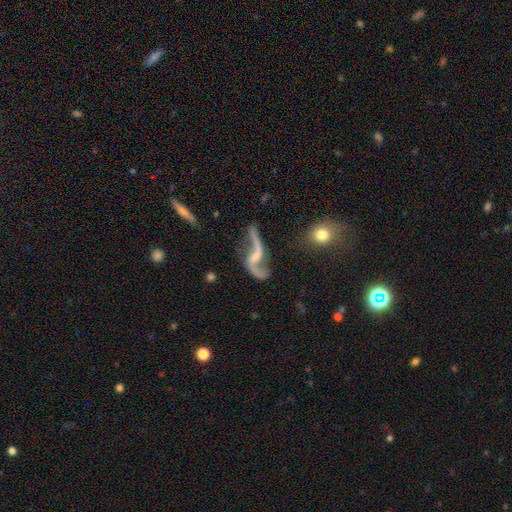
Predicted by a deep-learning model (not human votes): Smooth or featured? Predicted: featured or disk (p=0.89). Edge-on disk? Predicted: no (p=0.94). Bar? Predicted: no (p=0.44). Spiral arms? Predicted: yes (p=0.95). Spiral winding? Predicted: loose (p=0.91). Spiral arm count? Predicted: 2 (p=0.93). Bulge size? Predicted: small (p=0.46). Merging? Predicted: none (p=0.60).